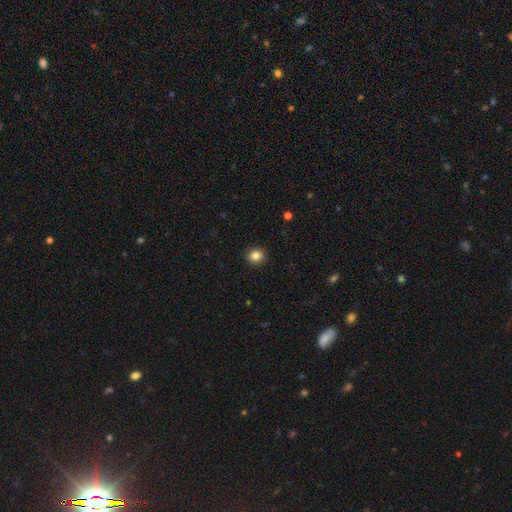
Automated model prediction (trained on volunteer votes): Overall: smooth (85%). How rounded: round (77%). Merging: none (91%).